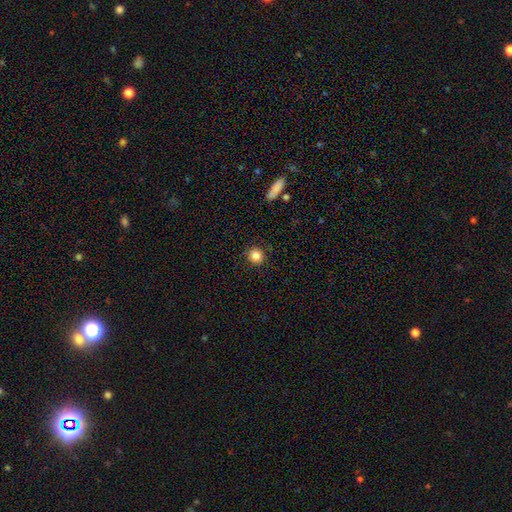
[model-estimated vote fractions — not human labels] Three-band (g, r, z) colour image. It shows a smooth galaxy with no disk features (85%) that is round (91%). Merging: none (89%).